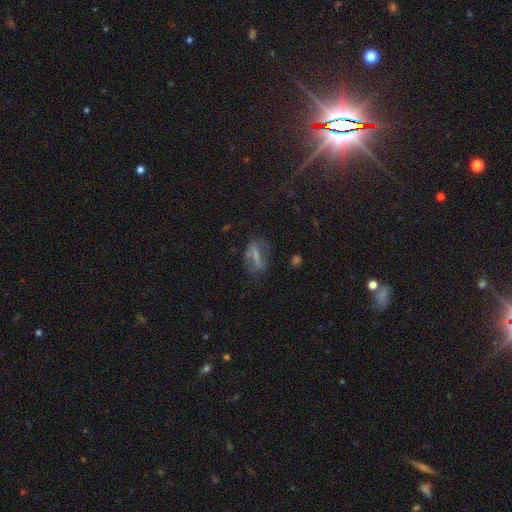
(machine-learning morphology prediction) A featured or disk galaxy (44%).

Vote fractions:
- Smooth or featured? featured or disk: 44% / smooth: 40% / star or artifact: 16%
- Merging? none: 58% / minor disturbance: 21% / major disturbance: 18% / merger: 3%